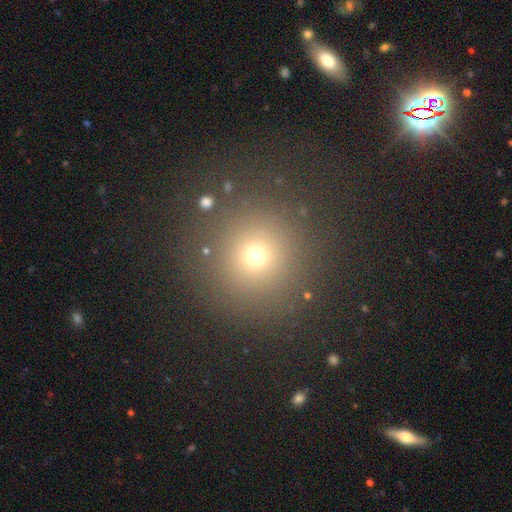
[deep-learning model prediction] smooth_or_featured: smooth (p=0.68) [alt: star or artifact p=0.24]
how_rounded: round (p=0.95) [alt: in between p=0.04]
merging: none (p=0.86) [alt: minor disturbance p=0.07]